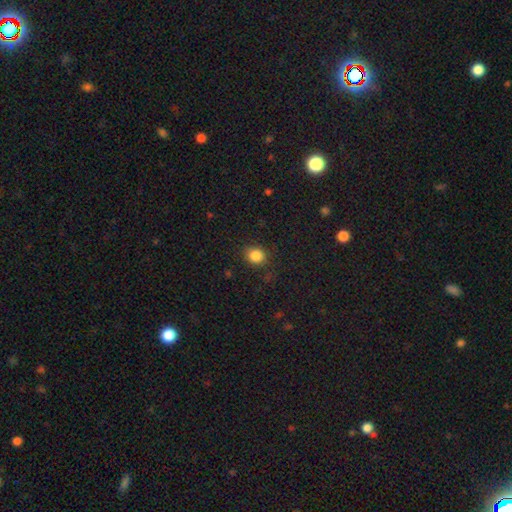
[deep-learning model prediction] This appears to be a smooth galaxy with no disk features (85%) that is round (75%). Merging: none (86%).